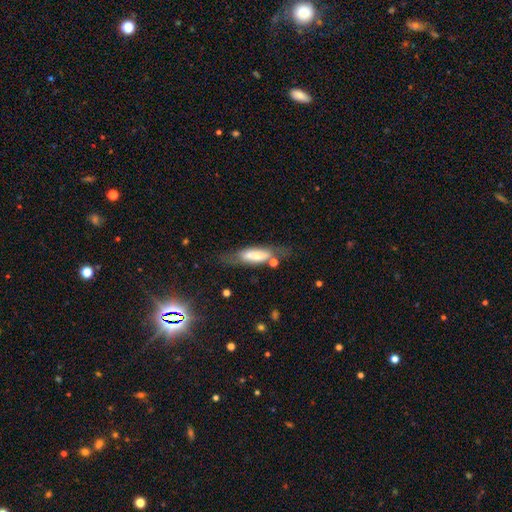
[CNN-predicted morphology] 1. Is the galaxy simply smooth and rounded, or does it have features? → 50% smooth, 43% featured or disk, 7% star or artifact.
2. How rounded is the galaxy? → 54% in between, 43% cigar-shaped, 2% round.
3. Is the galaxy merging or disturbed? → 56% none, 21% minor disturbance, 12% major disturbance, 11% merger.